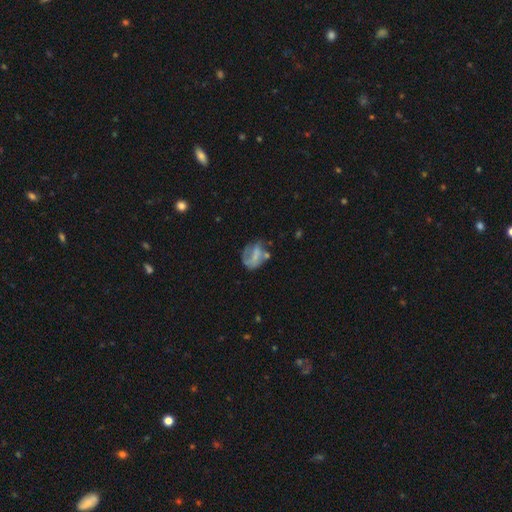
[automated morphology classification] This appears to be a featured or disk galaxy (46%). Merging: none (35%).